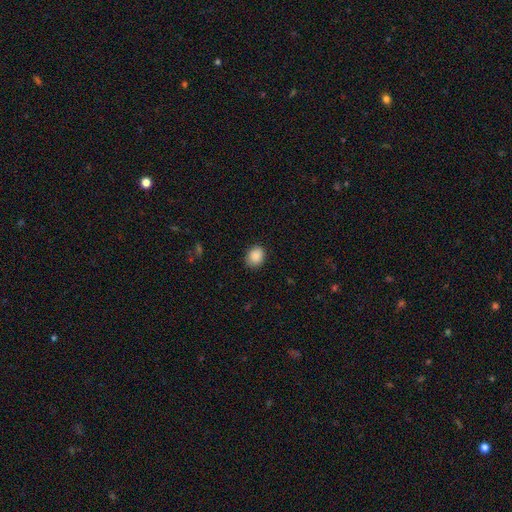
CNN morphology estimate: This appears to be a smooth galaxy with no disk features (88%) that is in between round and cigar-shaped (51%). Merging: none (82%).